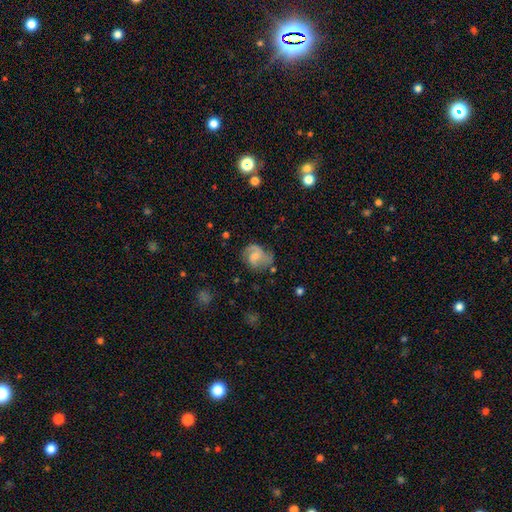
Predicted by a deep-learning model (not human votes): A featured or disk galaxy (56%) with a weak bar (46%), spiral arms (83%) and a small central bulge (37%).

Vote fractions:
- Smooth or featured? featured or disk: 56% / smooth: 35% / star or artifact: 8%
- Edge-on disk? no: 97% / yes: 3%
- Bar? weak: 46% / no: 45% / strong: 10%
- Spiral arms? yes: 83% / no: 17%
- Bulge size? small: 37% / moderate: 35% / none: 21% / large: 6% / dominant: 1%
- Merging? none: 50% / minor disturbance: 28% / major disturbance: 19% / merger: 4%